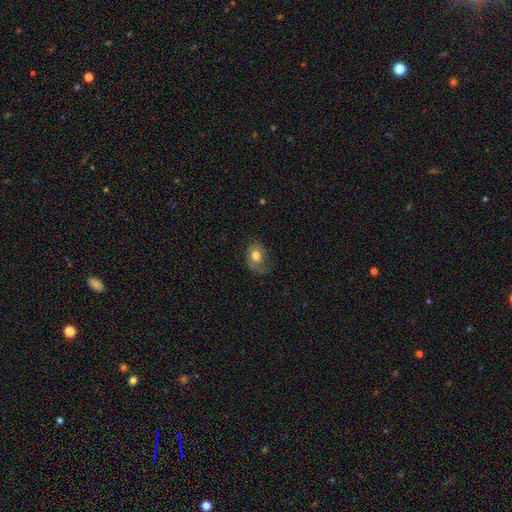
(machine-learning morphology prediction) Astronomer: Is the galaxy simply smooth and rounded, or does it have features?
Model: smooth — 50% (runner-up: featured or disk, 41%).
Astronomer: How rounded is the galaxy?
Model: in between — 63%.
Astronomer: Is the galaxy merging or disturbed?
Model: none — 58%.